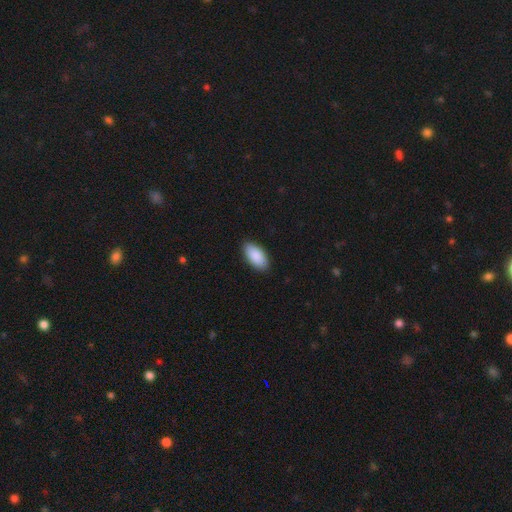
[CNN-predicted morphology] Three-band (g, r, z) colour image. It shows a smooth galaxy with no disk features (91%) that is in between round and cigar-shaped (94%). Merging: none (88%).